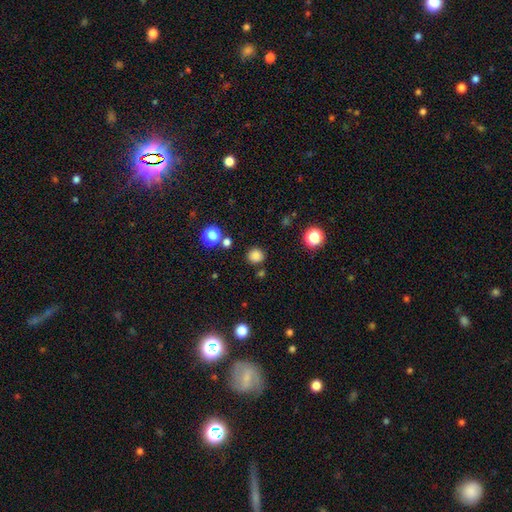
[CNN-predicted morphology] Smooth or featured?
  - smooth: 81% *
  - star or artifact: 14%
  - featured or disk: 4%
How rounded?
  - round: 88% *
  - in between: 11%
  - cigar-shaped: 1%
Merging?
  - none: 84% *
  - minor disturbance: 9%
  - merger: 4%
  - major disturbance: 3%